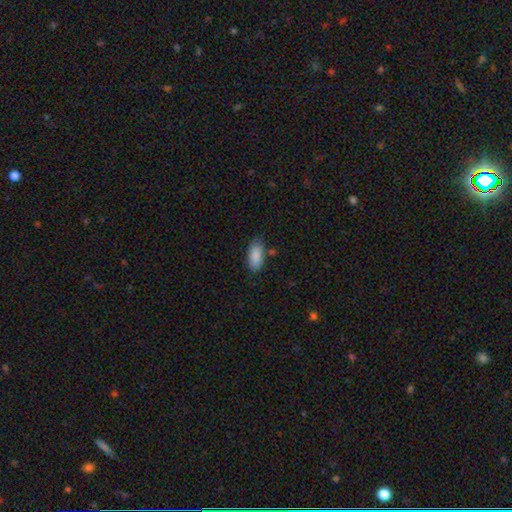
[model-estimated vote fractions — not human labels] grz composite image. It shows a smooth galaxy with no disk features (88%) that is in between round and cigar-shaped (92%). Merging: none (73%).